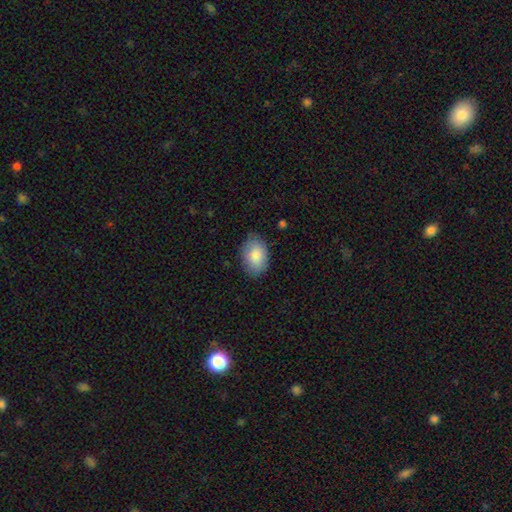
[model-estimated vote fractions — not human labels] smooth 85%, featured or disk 9%, star or artifact 6%. Down the decision tree: how rounded — in between (87%); merging — none (77%).